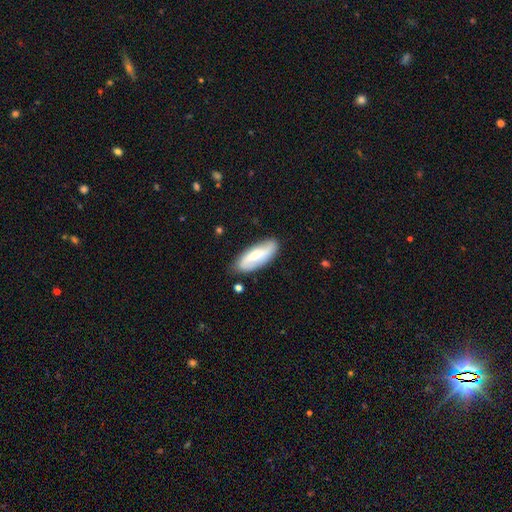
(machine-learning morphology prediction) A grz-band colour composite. It shows a smooth galaxy with no disk features (50%). Merging: none (80%).